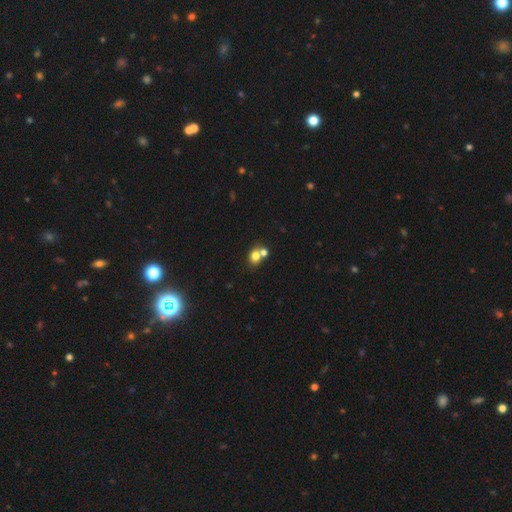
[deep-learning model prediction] Overall: smooth (74%). How rounded: round (65%; in between 34%). Merging: merger (45%; none 43%).